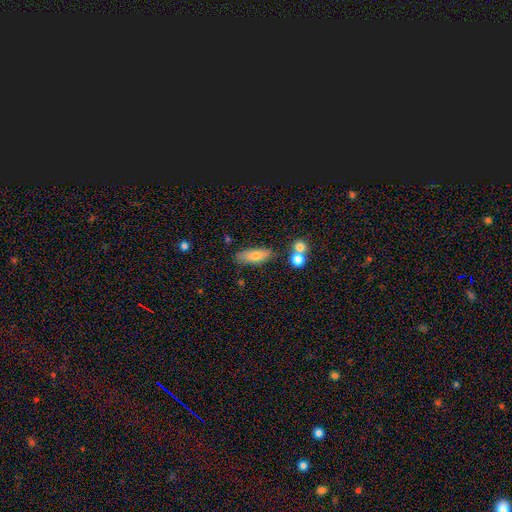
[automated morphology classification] smooth 71%, featured or disk 21%, star or artifact 9%. Down the decision tree: how rounded — in between (62%); merging — none (74%).